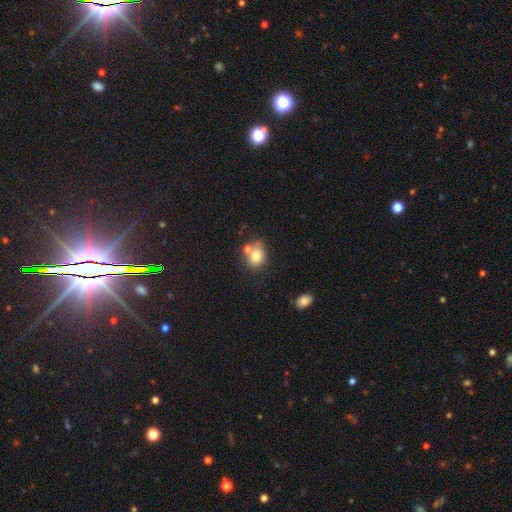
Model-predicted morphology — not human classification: This is likely a smooth galaxy (78%). How rounded: likely in between (62%). Merging: possibly none (49%).